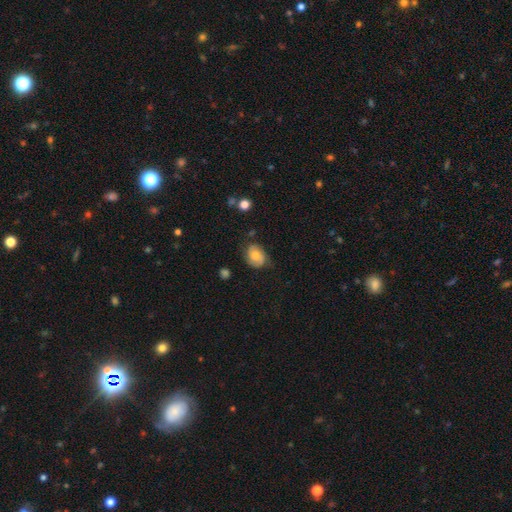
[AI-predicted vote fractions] The model was most divided on "how rounded": in between: 62%, round: 37%, cigar-shaped: 1%. More confident: smooth or featured — smooth (69%); merging — none (65%).